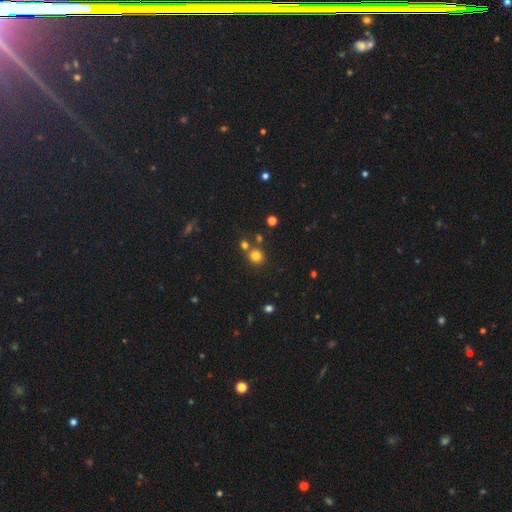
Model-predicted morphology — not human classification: smooth 77%, star or artifact 16%, featured or disk 6%. Down the decision tree: how rounded — round (88%); merging — none (71%).